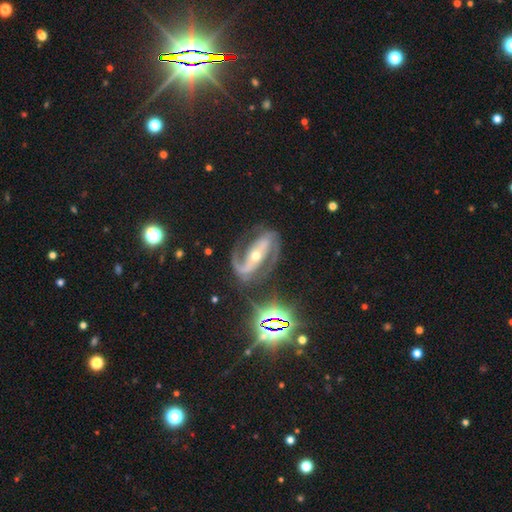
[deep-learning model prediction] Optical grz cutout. It shows a featured or disk galaxy (87%) with a strong bar (60%), 2 (90%) medium (54%) spiral arms (97%) and a moderate central bulge (52%). Merging: none (72%).